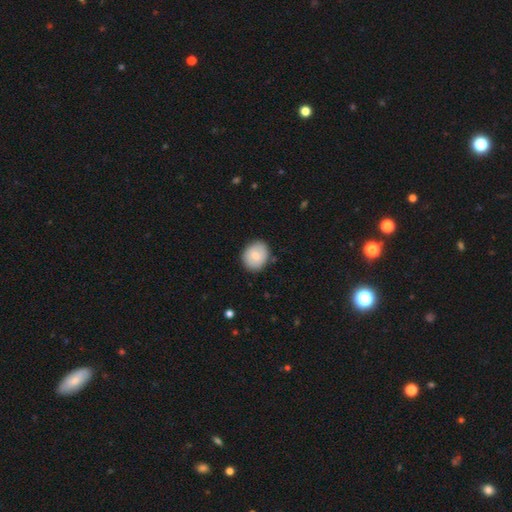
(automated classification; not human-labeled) Smooth or featured? smooth (72%)
How rounded? round (68%)
Merging? none (84%)